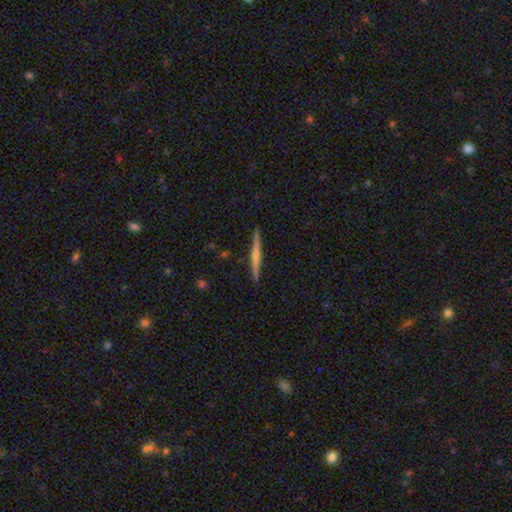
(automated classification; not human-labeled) A featured or disk galaxy (74%) viewed edge-on (98%) with a rounded central bulge (79%). Merging: none (92%).